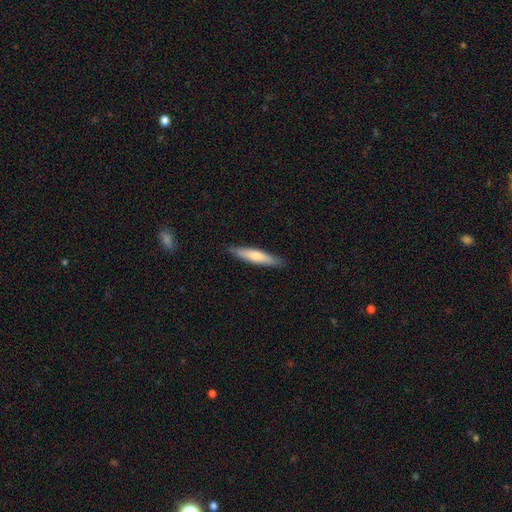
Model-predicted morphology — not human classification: Smooth or featured? Predicted: smooth (p=0.70). How rounded? Predicted: cigar-shaped (p=0.83). Merging? Predicted: none (p=0.88).